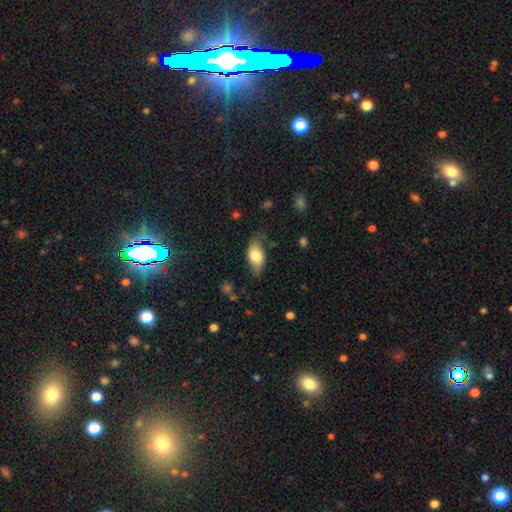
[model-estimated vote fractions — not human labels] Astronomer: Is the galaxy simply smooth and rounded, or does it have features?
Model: smooth — 69%.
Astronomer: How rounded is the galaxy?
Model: in between — 91%.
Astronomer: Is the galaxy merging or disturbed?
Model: none — 61%.